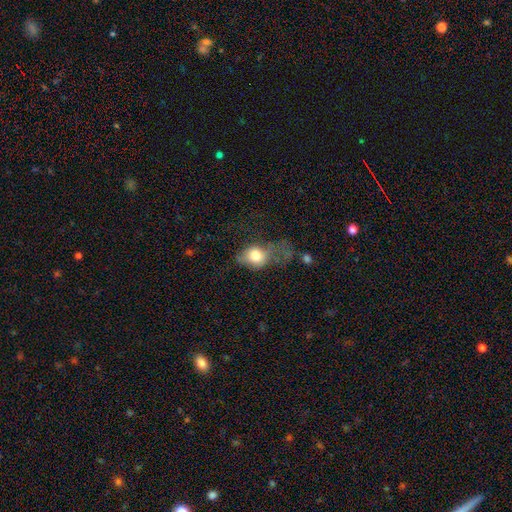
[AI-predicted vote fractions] A smooth galaxy with no disk features (74%) that is in between round and cigar-shaped (58%). Merging: major disturbance (50%).